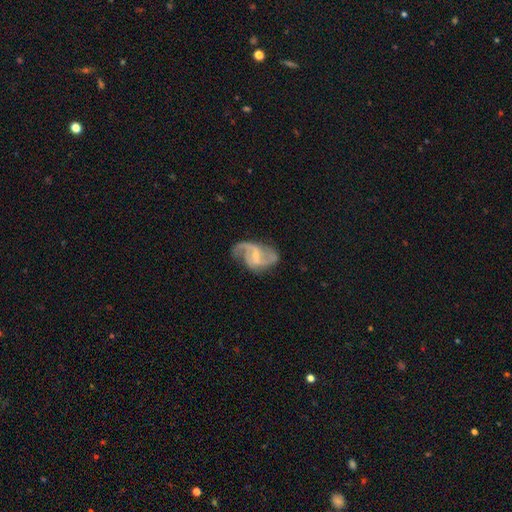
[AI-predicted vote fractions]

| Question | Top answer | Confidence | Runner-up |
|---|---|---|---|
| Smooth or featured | featured or disk | 87% | smooth (7%) |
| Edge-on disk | no | 98% | yes (2%) |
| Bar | weak | 56% | no (22%) |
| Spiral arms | yes | 96% | no (4%) |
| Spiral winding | loose | 45% | medium (44%) |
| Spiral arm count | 2 | 81% | 3 (7%) |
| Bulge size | small | 61% | moderate (29%) |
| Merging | none | 62% | minor disturbance (22%) |